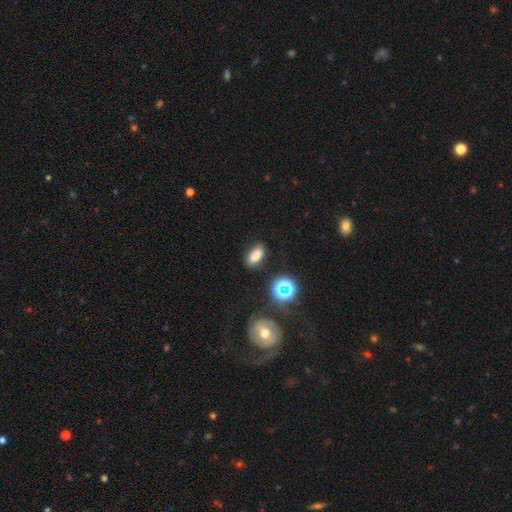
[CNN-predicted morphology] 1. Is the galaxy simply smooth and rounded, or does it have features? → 76% smooth, 16% star or artifact, 8% featured or disk.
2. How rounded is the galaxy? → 84% in between, 8% cigar-shaped, 7% round.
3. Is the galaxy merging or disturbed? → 83% none, 11% minor disturbance, 3% major disturbance, 2% merger.